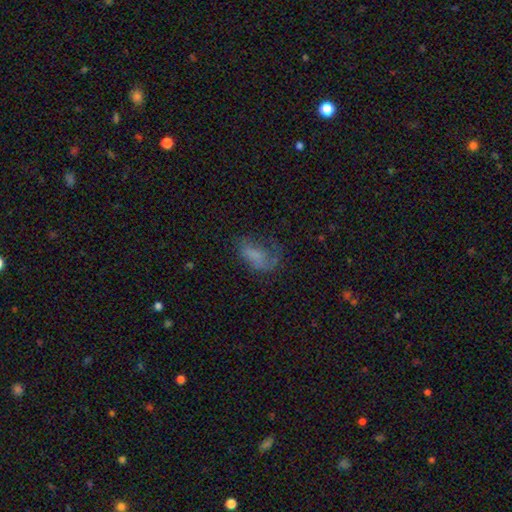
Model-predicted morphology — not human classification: Smooth or featured: smooth — 53% (featured or disk — 33%)
How rounded: in between — 87% (round — 7%)
Merging: major disturbance — 39% (none — 34%)